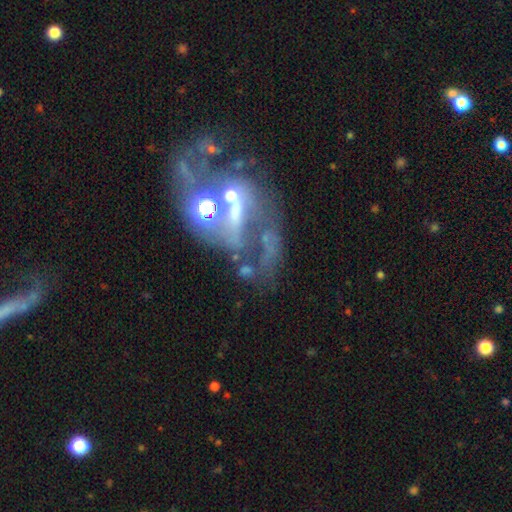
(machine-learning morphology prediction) Smooth or featured: featured or disk — 77% (star or artifact — 14%)
Edge-on disk: no — 95% (yes — 5%)
Bar: weak — 38% (no — 37%)
Spiral arms: yes — 76% (no — 24%)
Spiral winding: loose — 43% (medium — 39%)
Spiral arm count: 2 — 66% (can't tell — 16%)
Bulge size: moderate — 39% (tied with small — 39%)
Merging: none — 36% (major disturbance — 26%)